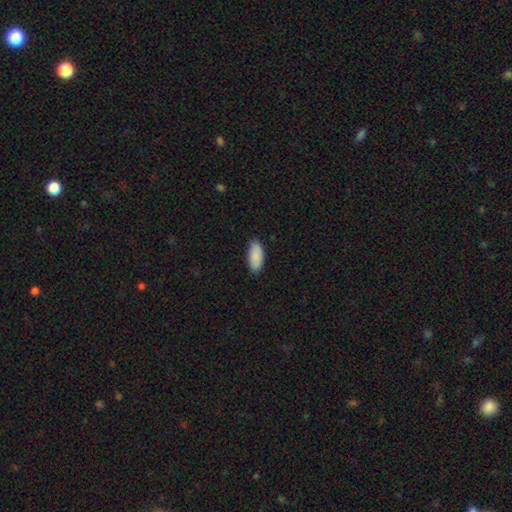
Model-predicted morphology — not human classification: Smooth or featured?
  - smooth: 90% *
  - star or artifact: 6%
  - featured or disk: 4%
How rounded?
  - in between: 88% *
  - cigar-shaped: 10%
  - round: 2%
Merging?
  - none: 87% *
  - minor disturbance: 11%
  - major disturbance: 2%
  - merger: 1%